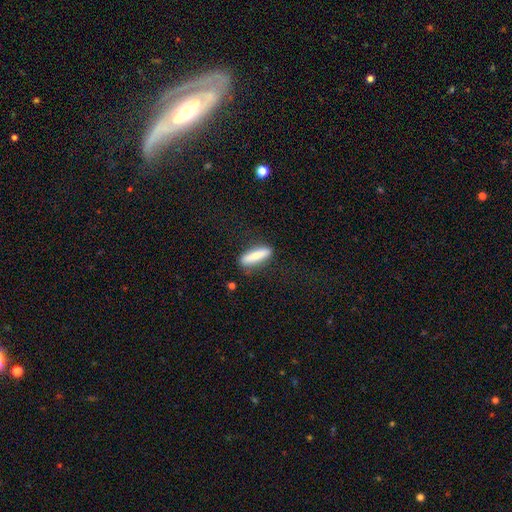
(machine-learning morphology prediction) Smooth or featured?
  - smooth: 72% *
  - featured or disk: 22%
  - star or artifact: 6%
How rounded?
  - cigar-shaped: 74% *
  - in between: 24%
  - round: 2%
Merging?
  - none: 84% *
  - minor disturbance: 11%
  - major disturbance: 3%
  - merger: 2%